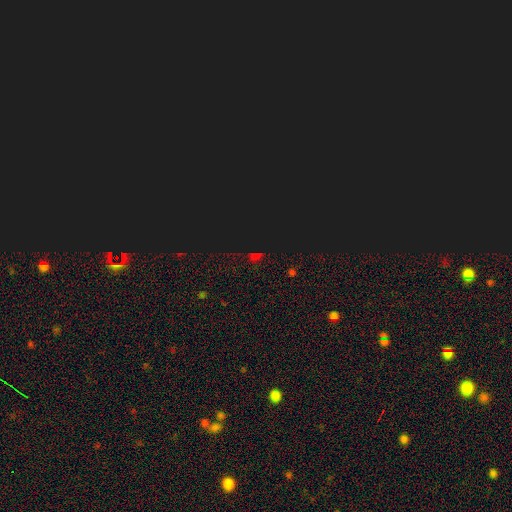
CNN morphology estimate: This appears to be a star or artifact, not a galaxy (72%).